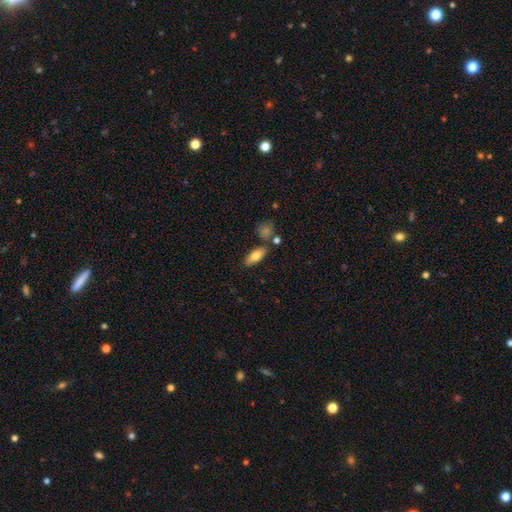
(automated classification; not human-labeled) The model was most divided on "how rounded": in between: 77%, cigar-shaped: 20%, round: 3%. More confident: smooth or featured — smooth (77%); merging — none (76%).